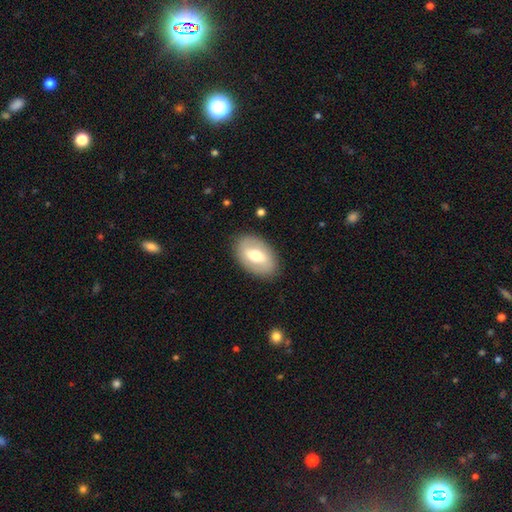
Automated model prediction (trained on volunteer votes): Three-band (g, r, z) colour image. It shows a smooth galaxy with no disk features (51%) that is in between round and cigar-shaped (89%). Merging: none (85%).